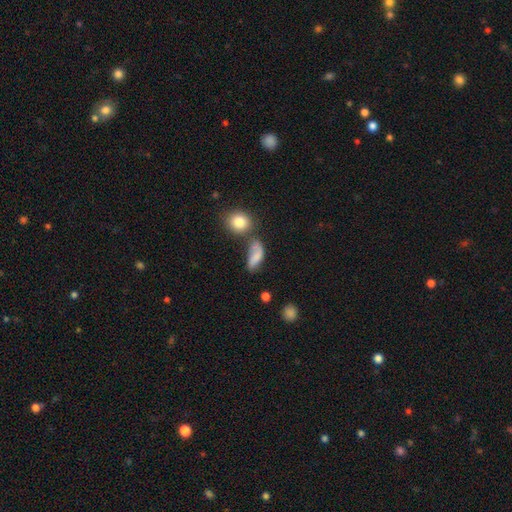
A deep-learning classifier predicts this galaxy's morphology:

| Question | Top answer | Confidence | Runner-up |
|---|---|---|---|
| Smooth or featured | smooth | 70% | featured or disk (19%) |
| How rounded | in between | 76% | cigar-shaped (15%) |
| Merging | none | 36% | minor disturbance (25%) |